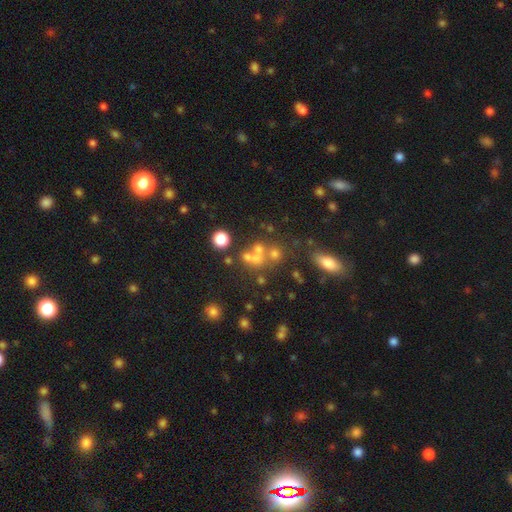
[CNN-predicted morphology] Q: Smooth or featured?
A: smooth (53%); runner-up: star or artifact (26%)
Q: How rounded?
A: round (68%); runner-up: in between (30%)
Q: Merging?
A: none (41%); runner-up: merger (40%)